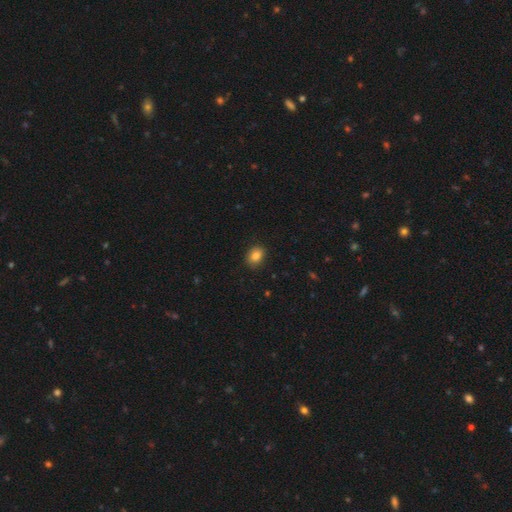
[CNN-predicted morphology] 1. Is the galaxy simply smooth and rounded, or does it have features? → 85% smooth, 10% star or artifact, 5% featured or disk.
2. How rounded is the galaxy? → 56% in between, 43% round, 1% cigar-shaped.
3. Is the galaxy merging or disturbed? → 87% none, 10% minor disturbance, 2% major disturbance, 1% merger.